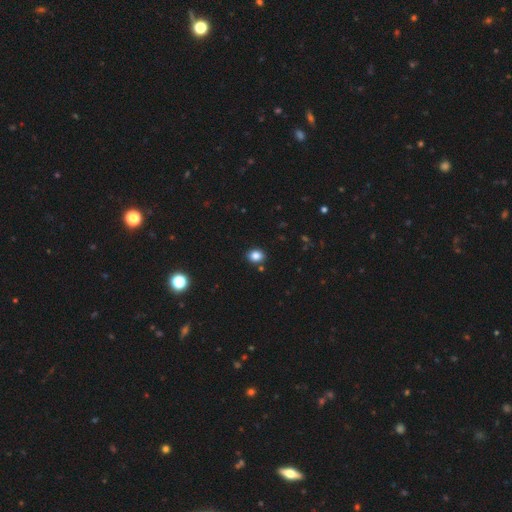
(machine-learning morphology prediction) Smooth or featured?
  - smooth: 84% *
  - star or artifact: 11%
  - featured or disk: 4%
How rounded?
  - round: 55% *
  - in between: 44%
  - cigar-shaped: 1%
Merging?
  - none: 86% *
  - minor disturbance: 8%
  - merger: 3%
  - major disturbance: 2%